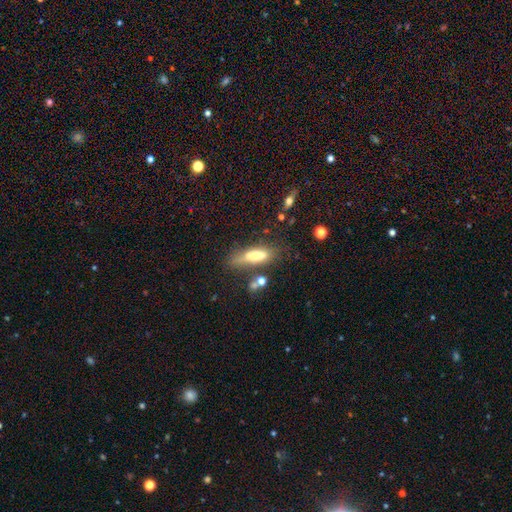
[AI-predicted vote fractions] smooth_or_featured: smooth (p=0.63) [alt: featured or disk p=0.29]
how_rounded: cigar-shaped (p=0.51) [alt: in between p=0.47]
merging: none (p=0.53) [alt: minor disturbance p=0.23]